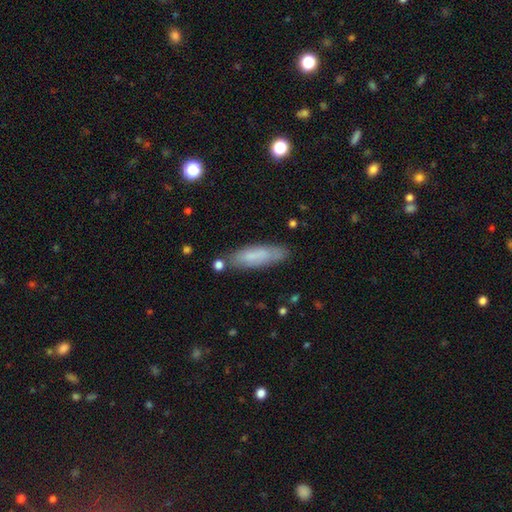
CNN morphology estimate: Overall: smooth (74%). How rounded: cigar-shaped (58%; in between 41%). Merging: none (76%).